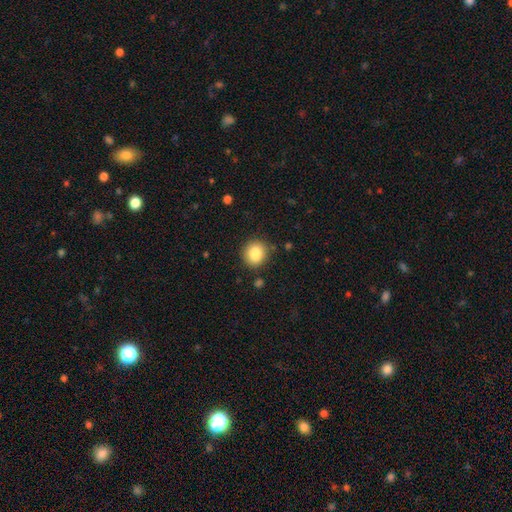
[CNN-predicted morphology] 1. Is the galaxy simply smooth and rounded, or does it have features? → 85% smooth, 9% star or artifact, 6% featured or disk.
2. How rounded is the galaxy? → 78% round, 21% in between, 1% cigar-shaped.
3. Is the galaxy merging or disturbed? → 82% none, 11% minor disturbance, 3% major disturbance, 3% merger.